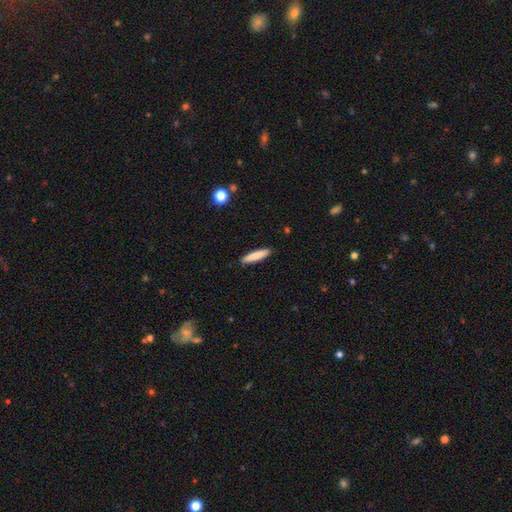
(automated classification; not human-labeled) Smooth or featured? Predicted: smooth (p=0.82). How rounded? Predicted: cigar-shaped (p=0.84). Merging? Predicted: none (p=0.90).